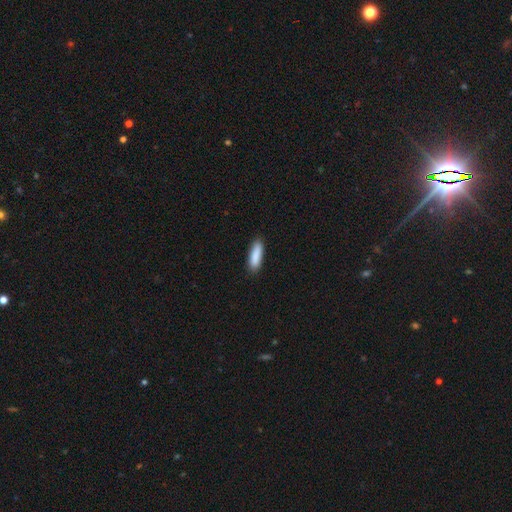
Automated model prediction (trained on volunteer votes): This is clearly a smooth galaxy (89%). How rounded: possibly cigar-shaped (56%). Merging: clearly none (86%).